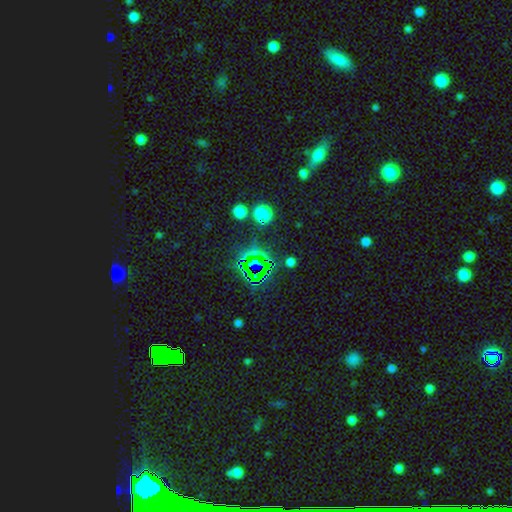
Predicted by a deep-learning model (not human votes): The model was most divided on "smooth or featured": star or artifact: 71%, smooth: 18%, featured or disk: 11%.